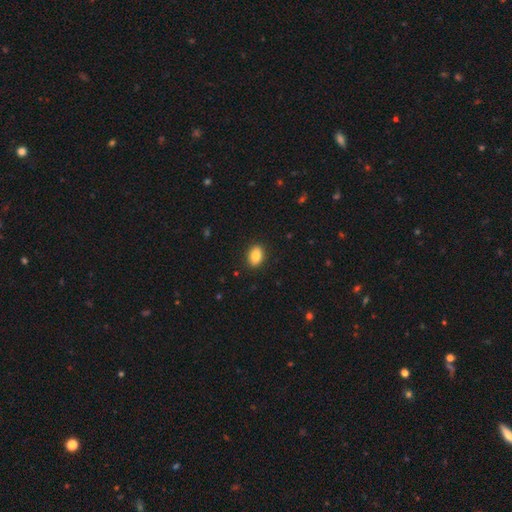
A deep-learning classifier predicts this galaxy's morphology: Smooth or featured? smooth (85%)
How rounded? in between (82%)
Merging? none (89%)